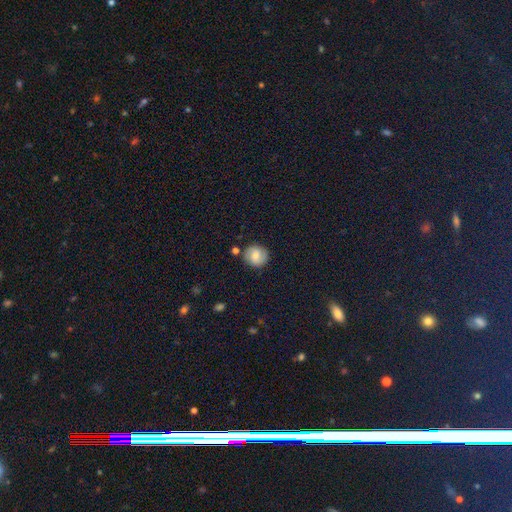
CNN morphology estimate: Smooth or featured?
  - smooth: 64% *
  - featured or disk: 27%
  - star or artifact: 10%
How rounded?
  - round: 86% *
  - in between: 13%
  - cigar-shaped: 1%
Merging?
  - none: 82% *
  - minor disturbance: 11%
  - merger: 4%
  - major disturbance: 3%